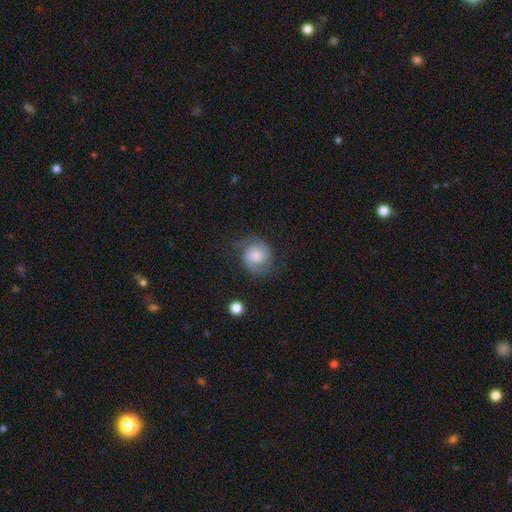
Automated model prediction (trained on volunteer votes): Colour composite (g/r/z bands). It shows a featured or disk galaxy (71%) with no bar (64%), 2 (90%) medium (49%) spiral arms (95%) and a moderate central bulge (39%). Merging: none (68%).